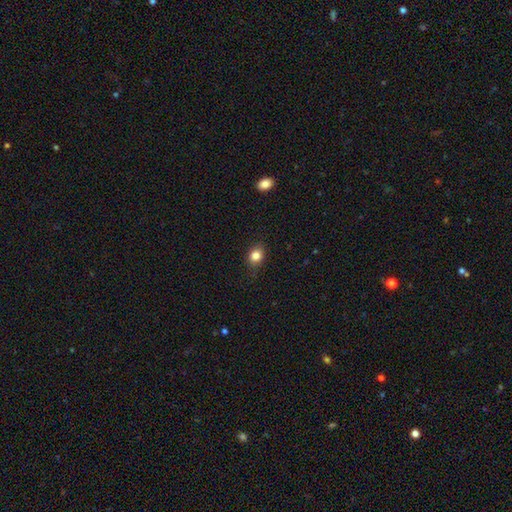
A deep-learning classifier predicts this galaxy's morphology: smooth-or-featured: smooth: 83% | star or artifact: 11% | featured or disk: 7%
  how-rounded: round: 52% | in between: 46% | cigar-shaped: 1%
  merging: none: 81% | minor disturbance: 14% | major disturbance: 3% | merger: 1%